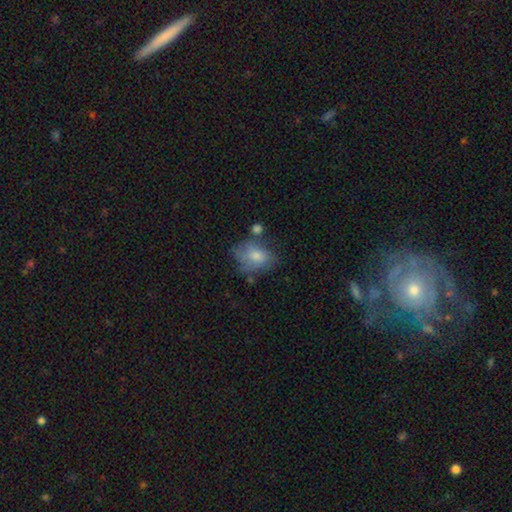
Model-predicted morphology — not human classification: Smooth or featured?
  - smooth: 66% *
  - featured or disk: 26%
  - star or artifact: 8%
How rounded?
  - in between: 67% *
  - round: 31%
  - cigar-shaped: 1%
Merging?
  - none: 43% *
  - minor disturbance: 29%
  - major disturbance: 17%
  - merger: 10%